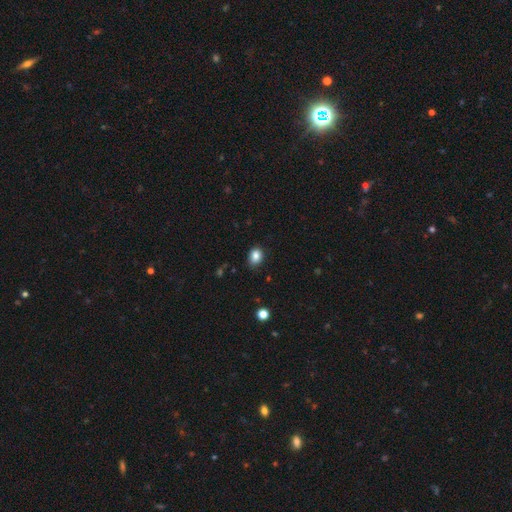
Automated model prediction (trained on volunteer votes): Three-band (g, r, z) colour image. It shows a smooth galaxy with no disk features (85%) that is in between round and cigar-shaped (60%). Merging: none (81%).